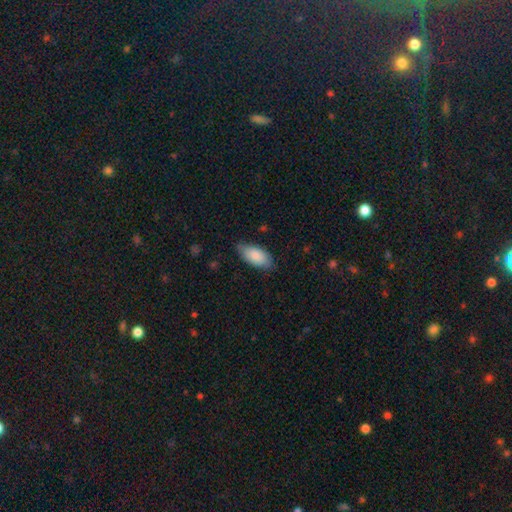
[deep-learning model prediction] smooth-or-featured: smooth: 85% | featured or disk: 9% | star or artifact: 6%
  how-rounded: in between: 92% | cigar-shaped: 6% | round: 2%
  merging: none: 75% | minor disturbance: 21% | major disturbance: 3% | merger: 1%